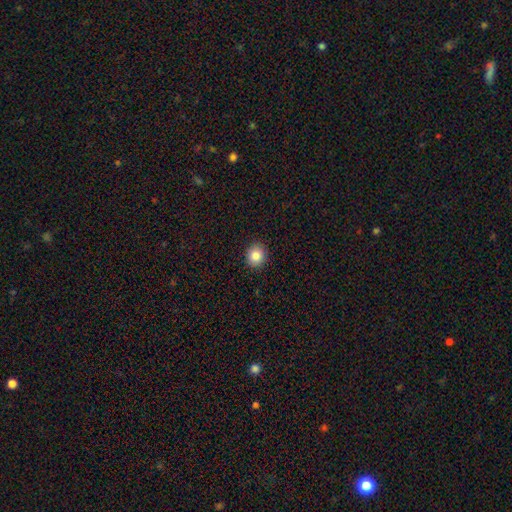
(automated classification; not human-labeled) smooth 84%, star or artifact 10%, featured or disk 6%. Down the decision tree: how rounded — round (77%); merging — none (91%).